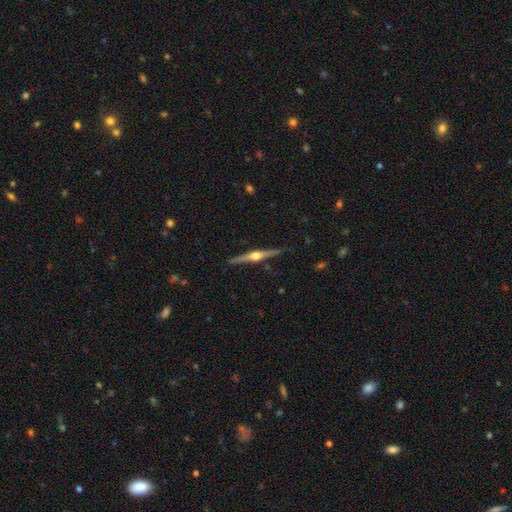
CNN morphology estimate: This appears to be a featured or disk galaxy (83%) viewed edge-on (98%) with a rounded central bulge (95%). Merging: none (89%).